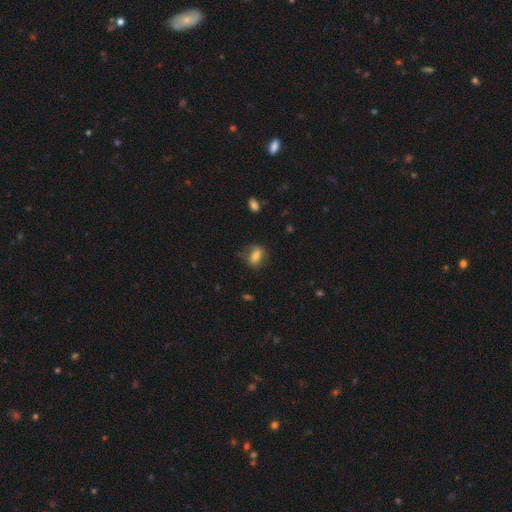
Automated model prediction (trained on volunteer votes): This is likely a smooth galaxy (79%). How rounded: likely in between (77%). Merging: likely none (70%).